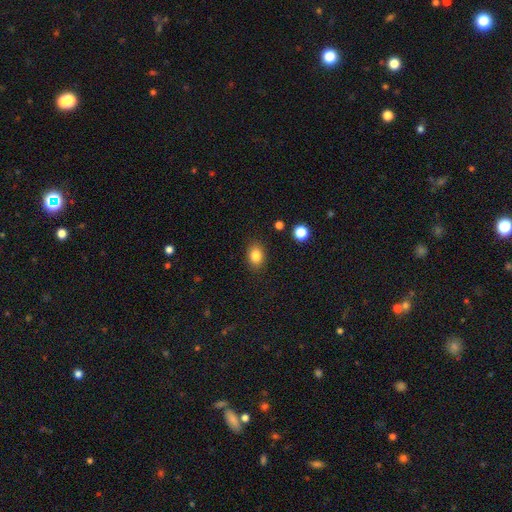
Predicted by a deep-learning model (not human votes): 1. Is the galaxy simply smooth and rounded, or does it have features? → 83% smooth, 10% star or artifact, 7% featured or disk.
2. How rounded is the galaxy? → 71% in between, 28% round, 1% cigar-shaped.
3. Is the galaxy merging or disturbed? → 87% none, 9% minor disturbance, 3% major disturbance, 1% merger.